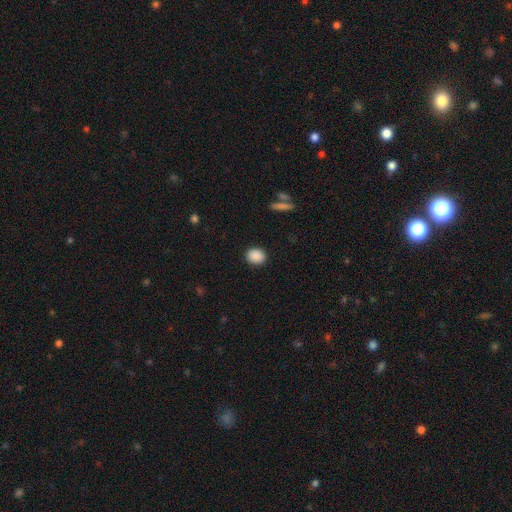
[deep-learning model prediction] smooth 89%, star or artifact 8%, featured or disk 3%. Down the decision tree: how rounded — round (62%); merging — none (90%).